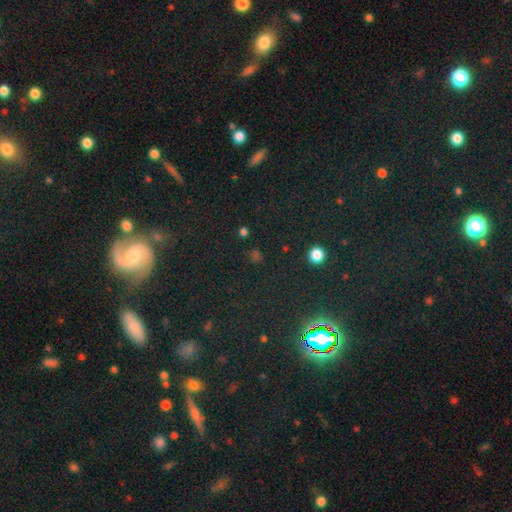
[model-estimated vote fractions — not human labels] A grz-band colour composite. It shows a star or artifact, not a galaxy (60%).